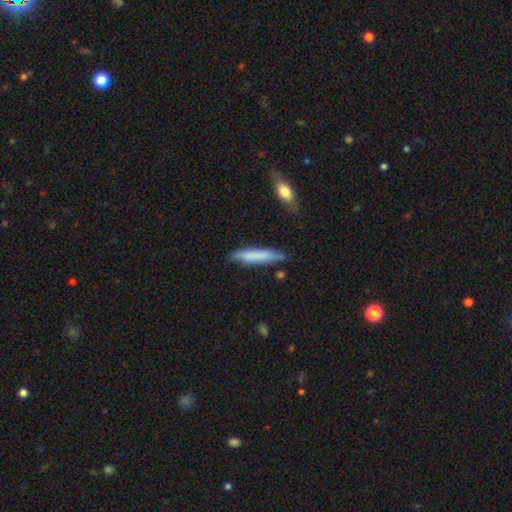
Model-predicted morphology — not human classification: smooth-or-featured: smooth: 74% | featured or disk: 20% | star or artifact: 6%
  how-rounded: cigar-shaped: 88% | in between: 11% | round: 1%
  merging: none: 76% | minor disturbance: 18% | major disturbance: 3% | merger: 3%